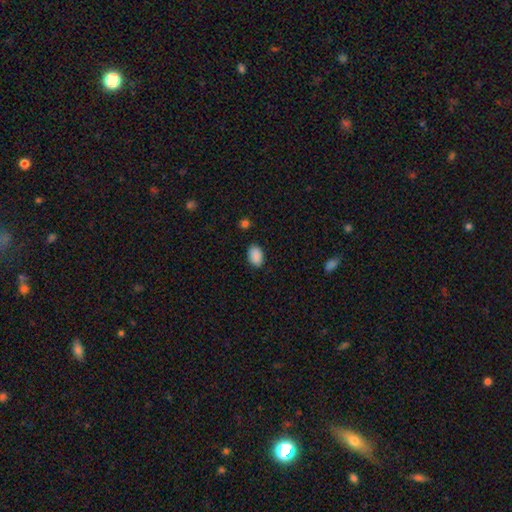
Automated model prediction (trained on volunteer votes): Morphology: type=smooth (90%); roundness=in between (87%); merging=none (86%).